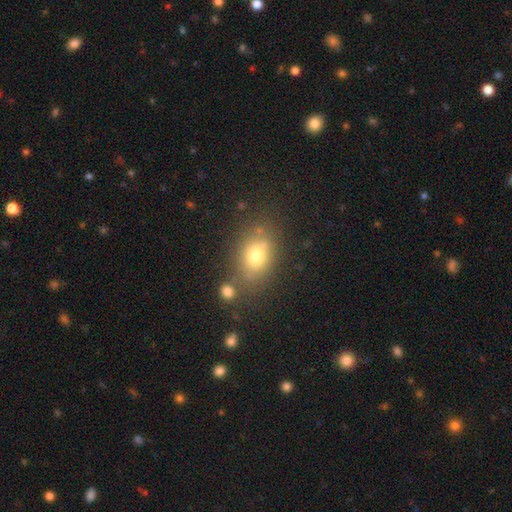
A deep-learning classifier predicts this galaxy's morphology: Smooth or featured?
  - smooth: 74% *
  - featured or disk: 14%
  - star or artifact: 12%
How rounded?
  - in between: 66% *
  - round: 32%
  - cigar-shaped: 2%
Merging?
  - none: 66% *
  - minor disturbance: 16%
  - merger: 12%
  - major disturbance: 6%